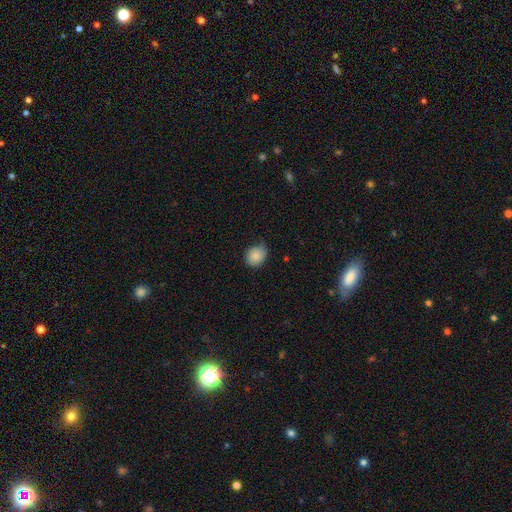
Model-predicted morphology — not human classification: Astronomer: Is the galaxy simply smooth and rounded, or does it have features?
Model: smooth — 84%.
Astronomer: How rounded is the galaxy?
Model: round — 68%.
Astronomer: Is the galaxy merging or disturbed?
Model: none — 60%.